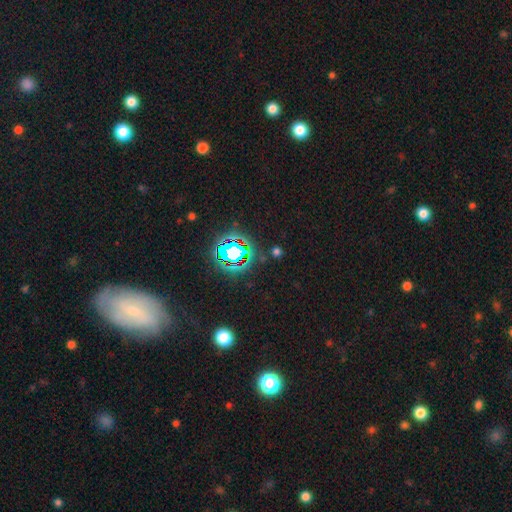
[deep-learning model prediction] Smooth or featured?
  - star or artifact: 65% *
  - featured or disk: 17%
  - smooth: 17%